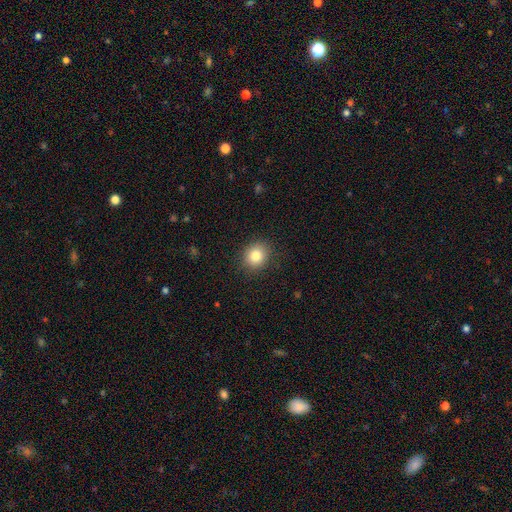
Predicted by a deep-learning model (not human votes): Q: Smooth or featured?
A: smooth (82%); runner-up: star or artifact (11%)
Q: How rounded?
A: round (73%); runner-up: in between (27%)
Q: Merging?
A: none (89%); runner-up: minor disturbance (8%)